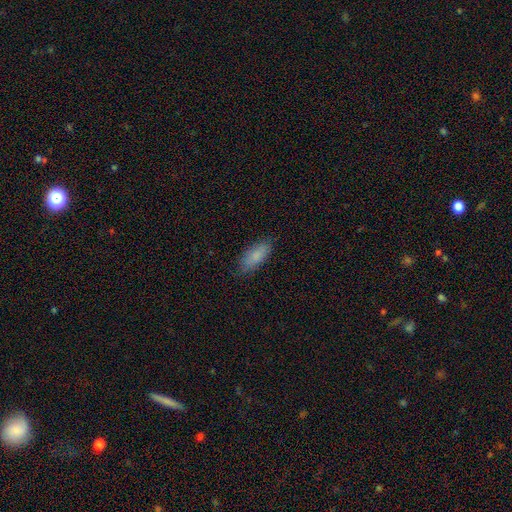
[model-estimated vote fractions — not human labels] This is clearly a smooth galaxy (84%). How rounded: likely in between (79%). Merging: clearly none (81%).